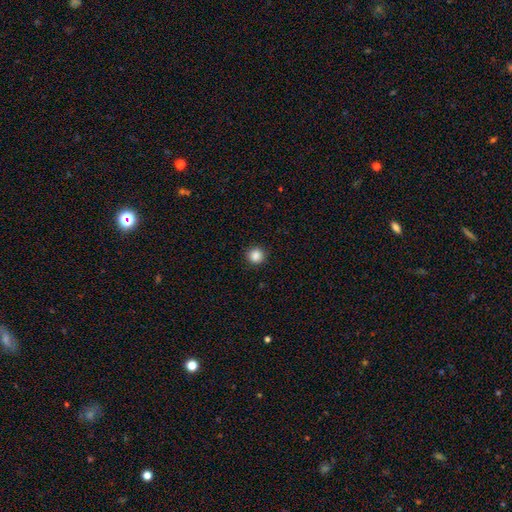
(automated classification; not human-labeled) Morphology: type=smooth (87%); roundness=round (94%); merging=none (92%).